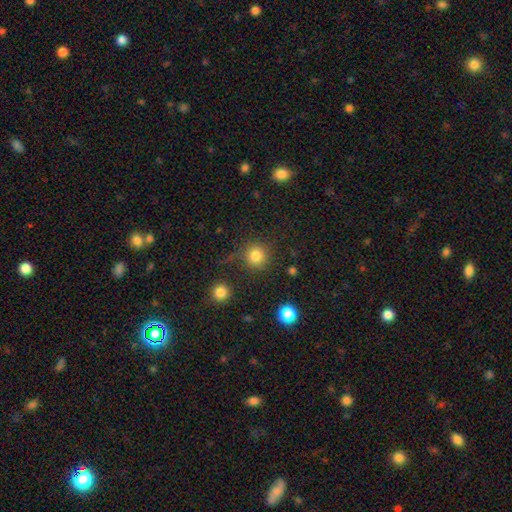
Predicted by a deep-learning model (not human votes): Smooth or featured?
  - smooth: 81% *
  - star or artifact: 13%
  - featured or disk: 6%
How rounded?
  - round: 93% *
  - in between: 6%
  - cigar-shaped: 1%
Merging?
  - none: 82% *
  - minor disturbance: 9%
  - major disturbance: 4%
  - merger: 4%